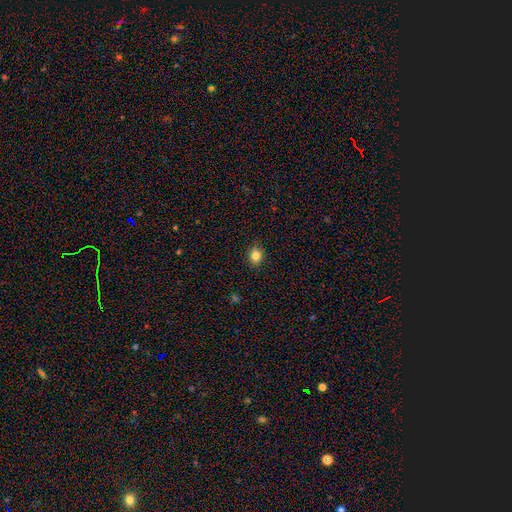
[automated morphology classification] Q: Smooth or featured?
A: smooth (83%); runner-up: star or artifact (11%)
Q: How rounded?
A: round (56%); runner-up: in between (43%)
Q: Merging?
A: none (88%); runner-up: minor disturbance (9%)